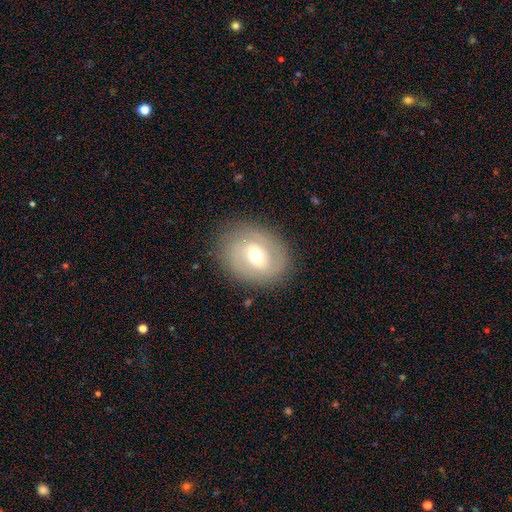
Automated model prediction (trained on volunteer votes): This appears to be a featured or disk galaxy (57%) with a weak bar (42%), spiral arms (60%) and a moderate central bulge (61%). Merging: none (82%).